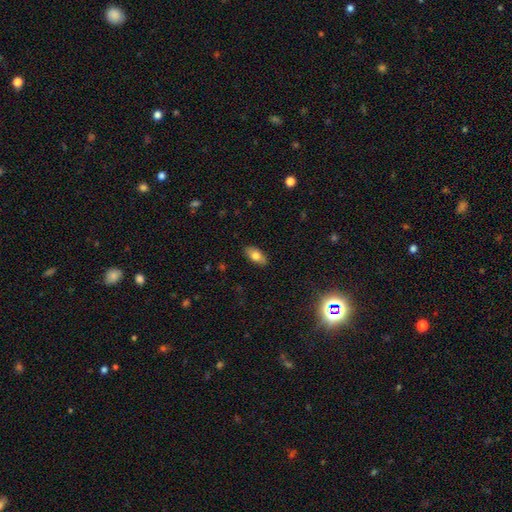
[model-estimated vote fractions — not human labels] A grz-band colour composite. It shows a smooth galaxy with no disk features (72%) that is in between round and cigar-shaped (88%). Merging: none (87%).